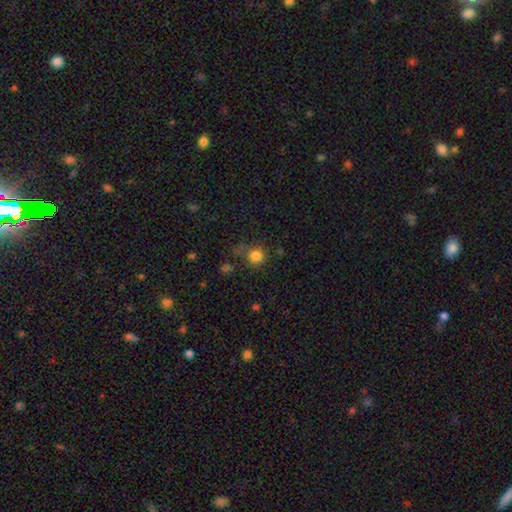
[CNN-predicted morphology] type=smooth (82%); roundness=round (90%); merging=none (71%).